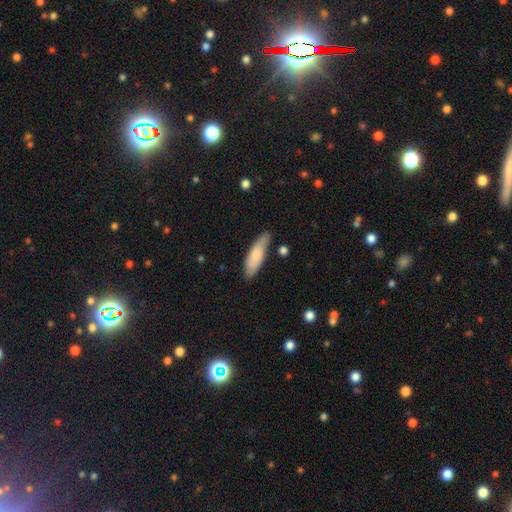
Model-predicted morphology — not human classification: A smooth galaxy with no disk features (74%) that is cigar-shaped (52%).

Vote fractions:
- Smooth or featured? smooth: 74% / featured or disk: 20% / star or artifact: 6%
- How rounded? cigar-shaped: 52% / in between: 47% / round: 2%
- Merging? none: 76% / minor disturbance: 18% / major disturbance: 3% / merger: 3%